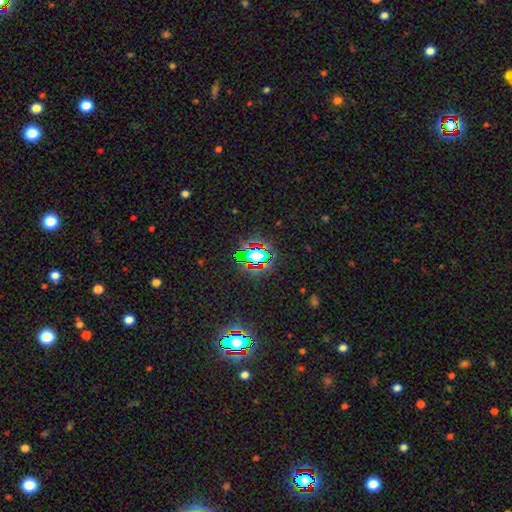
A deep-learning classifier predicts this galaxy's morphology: This is likely a star or artifact rather than a galaxy (63%).